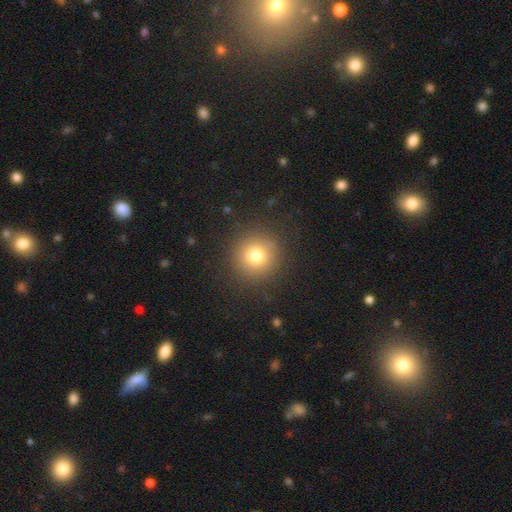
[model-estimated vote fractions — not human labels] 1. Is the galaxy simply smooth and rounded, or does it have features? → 76% smooth, 14% star or artifact, 9% featured or disk.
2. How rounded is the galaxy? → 94% round, 5% in between, 1% cigar-shaped.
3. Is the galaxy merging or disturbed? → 89% none, 7% minor disturbance, 3% major disturbance, 1% merger.